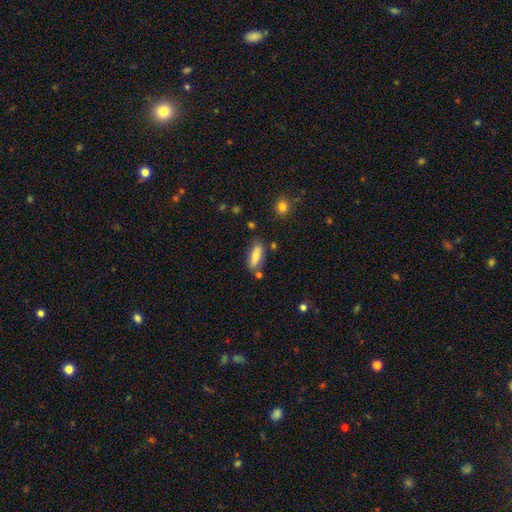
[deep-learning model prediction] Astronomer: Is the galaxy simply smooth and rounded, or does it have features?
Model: smooth — 77%.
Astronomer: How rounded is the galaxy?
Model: in between — 68%.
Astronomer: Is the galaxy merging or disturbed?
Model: none — 74%.